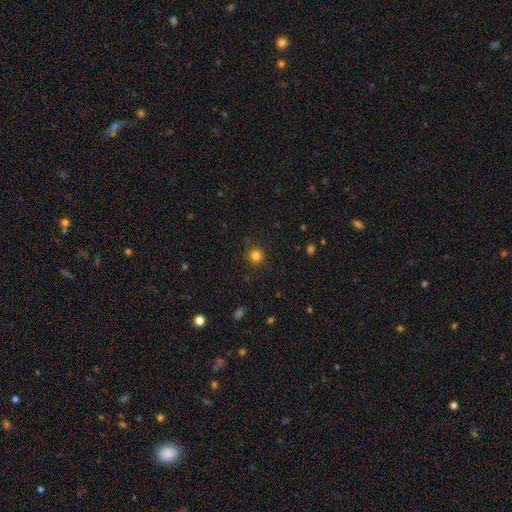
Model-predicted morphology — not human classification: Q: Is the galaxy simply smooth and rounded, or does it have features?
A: smooth — 82%.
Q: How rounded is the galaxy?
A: round — 93%.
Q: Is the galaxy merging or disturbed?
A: none — 88%.